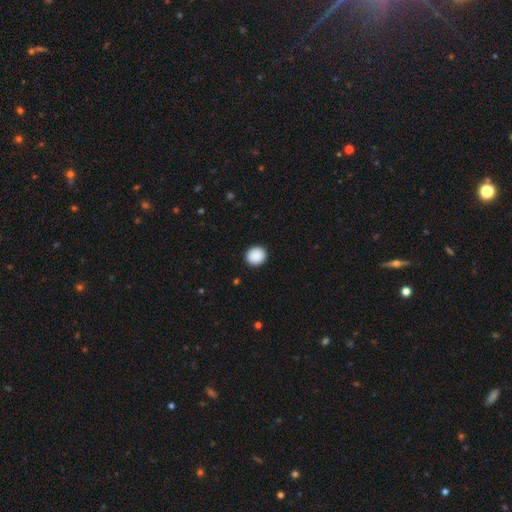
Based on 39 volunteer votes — A smooth galaxy with no disk features (92%) that is round (86%).

Vote fractions:
- Smooth or featured? smooth: 92% / star or artifact: 8% / featured or disk: 0%
- How rounded? round: 86% / in between: 11% / cigar-shaped: 3%
- Merging? none: 94% / minor disturbance: 6% / major disturbance: 0% / merger: 0%